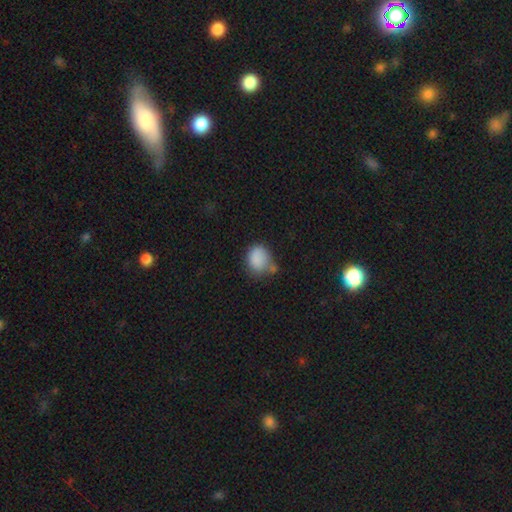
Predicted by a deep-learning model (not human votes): Smooth or featured? Predicted: smooth (p=0.83). How rounded? Predicted: in between (p=0.51). Merging? Predicted: none (p=0.49).